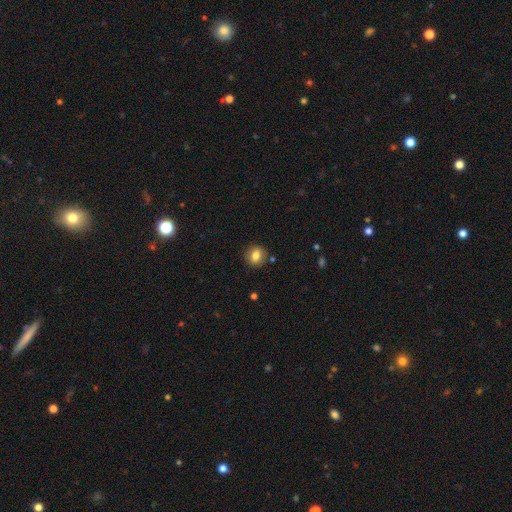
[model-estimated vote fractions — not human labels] Smooth or featured? Predicted: smooth (p=0.79). How rounded? Predicted: round (p=0.75). Merging? Predicted: none (p=0.87).